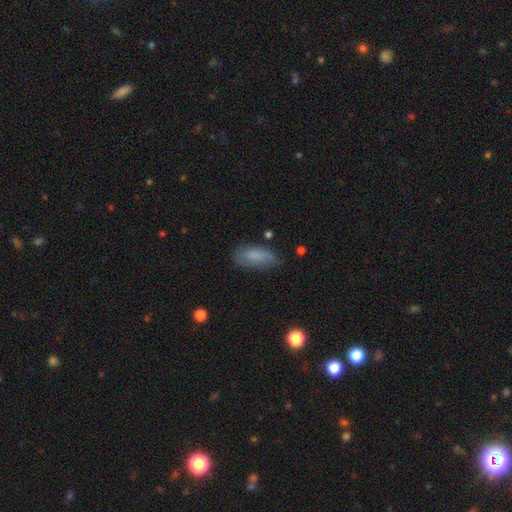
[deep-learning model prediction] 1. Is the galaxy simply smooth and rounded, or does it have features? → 78% smooth, 14% featured or disk, 8% star or artifact.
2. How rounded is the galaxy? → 87% in between, 11% cigar-shaped, 3% round.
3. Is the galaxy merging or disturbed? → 68% none, 24% minor disturbance, 7% major disturbance, 2% merger.